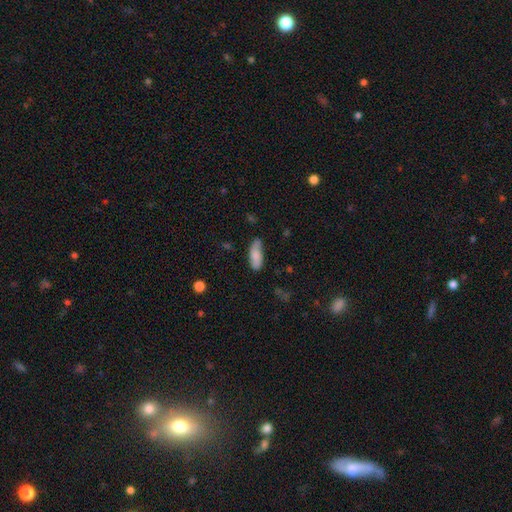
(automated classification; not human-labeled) Smooth or featured: smooth — 77% (featured or disk — 16%)
How rounded: in between — 72% (cigar-shaped — 26%)
Merging: none — 69% (minor disturbance — 24%)